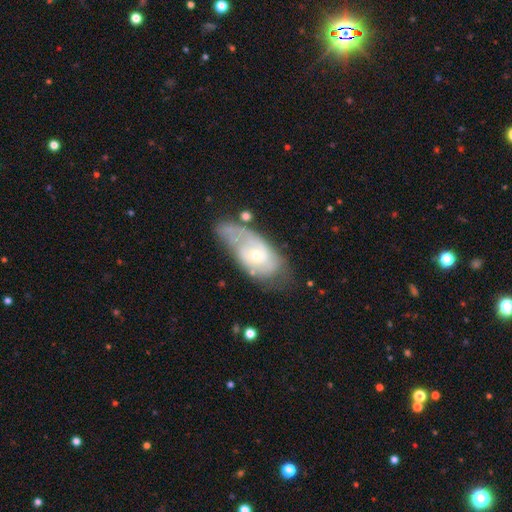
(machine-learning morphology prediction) The model was most divided on "spiral arm count": can't tell: 36%, 2: 35%, 1: 19%, 3: 5%, 4: 2%, more than 4: 2%. Remaining: edge-on disk — no (93%); spiral arms — yes (81%); smooth or featured — featured or disk (71%); bar — no (70%); bulge size — small (55%); spiral winding — tight (49%); merging — none (40%).